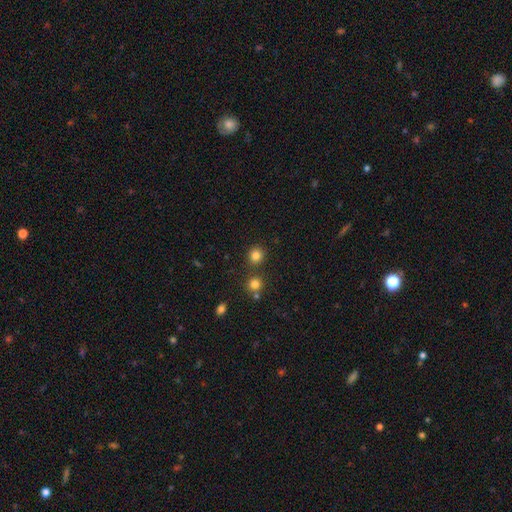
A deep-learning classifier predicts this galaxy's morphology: Smooth or featured? Predicted: smooth (p=0.82). How rounded? Predicted: round (p=0.88). Merging? Predicted: none (p=0.82).